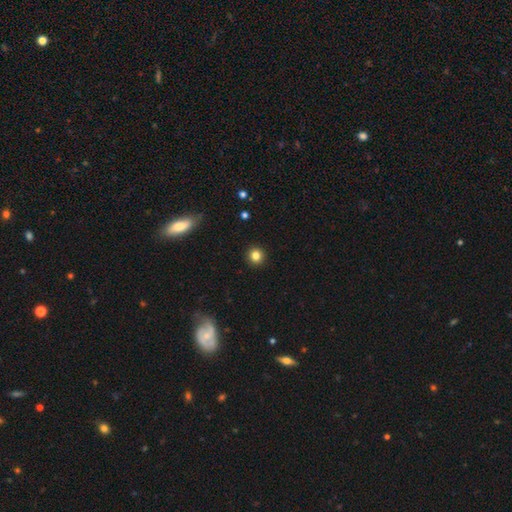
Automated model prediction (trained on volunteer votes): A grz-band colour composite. It shows a smooth galaxy with no disk features (83%) that is round (93%). Merging: none (93%).